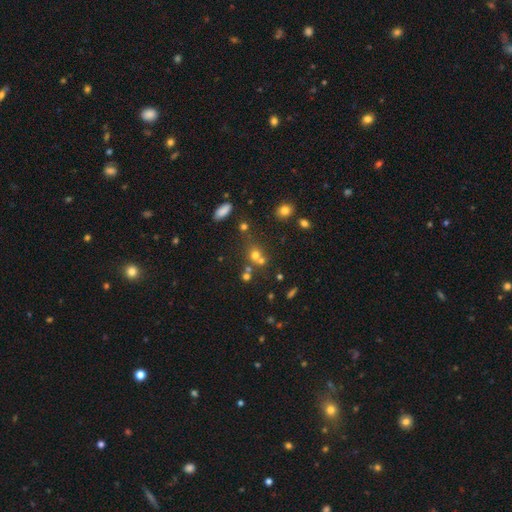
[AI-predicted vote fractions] smooth 58%, star or artifact 26%, featured or disk 15%. Down the decision tree: how rounded — round (79%); merging — none (47%).